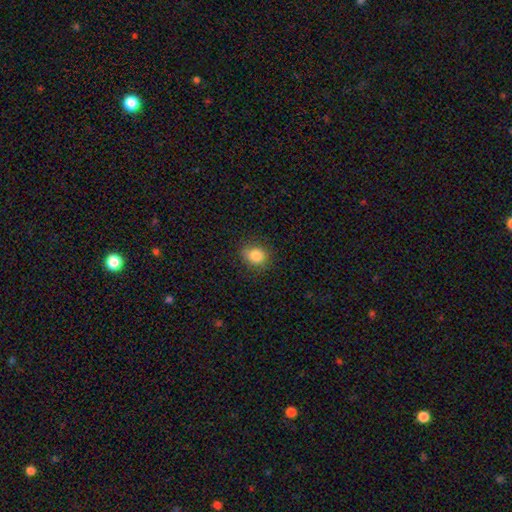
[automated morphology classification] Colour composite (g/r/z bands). It shows a smooth galaxy with no disk features (84%) that is round (64%). Merging: none (84%).